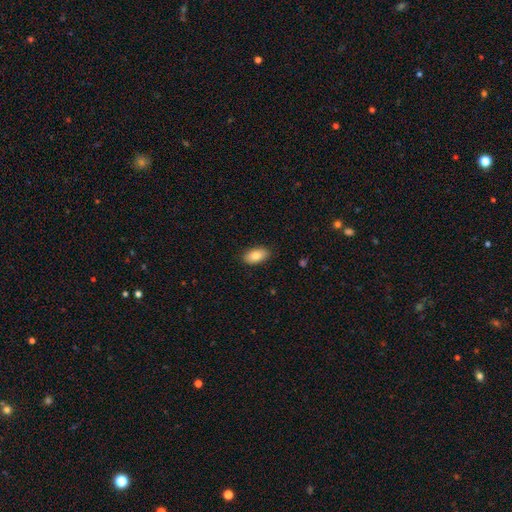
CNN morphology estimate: Q: Smooth or featured?
A: smooth (83%); runner-up: featured or disk (10%)
Q: How rounded?
A: in between (94%); runner-up: round (4%)
Q: Merging?
A: none (89%); runner-up: minor disturbance (8%)